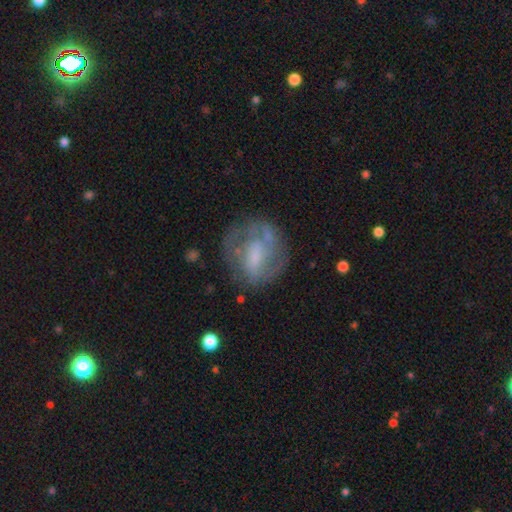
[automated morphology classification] Smooth or featured: featured or disk — 57% (smooth — 34%)
Edge-on disk: no — 97% (yes — 3%)
Bar: no — 47% (weak — 37%)
Spiral arms: no — 56% (yes — 44%)
Bulge size: none — 31% (moderate — 30%)
Merging: none — 56% (minor disturbance — 22%)